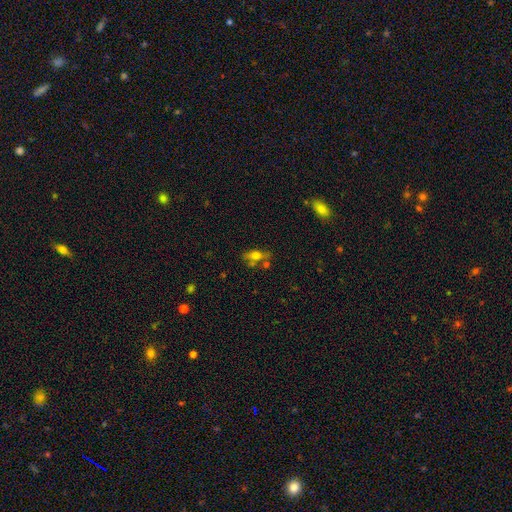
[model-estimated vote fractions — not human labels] Smooth or featured? smooth (55%)
How rounded? in between (68%)
Merging? none (53%)